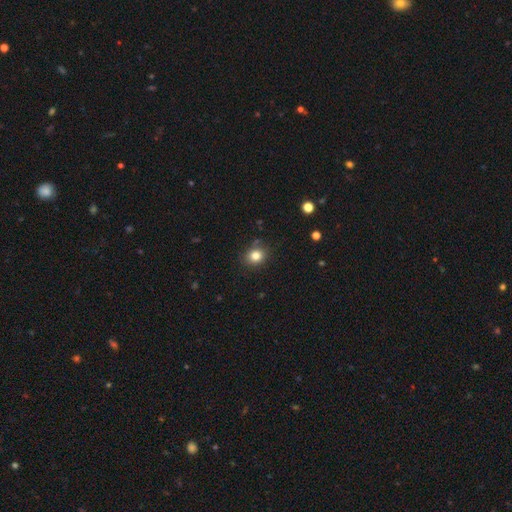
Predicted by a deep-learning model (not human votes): Q: Smooth or featured?
A: smooth (81%); runner-up: star or artifact (12%)
Q: How rounded?
A: round (72%); runner-up: in between (27%)
Q: Merging?
A: none (83%); runner-up: minor disturbance (11%)